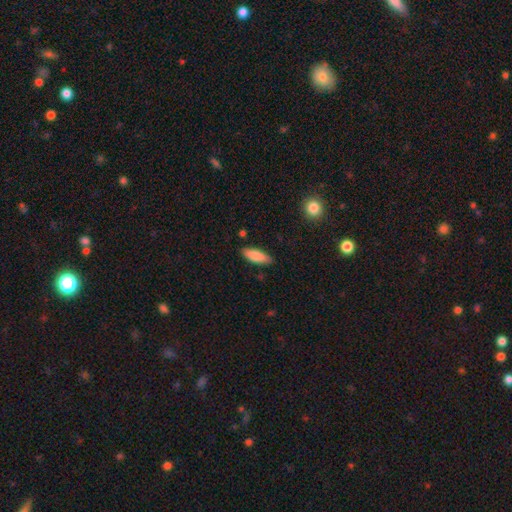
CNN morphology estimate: smooth-or-featured: smooth: 86% | featured or disk: 8% | star or artifact: 6%
  how-rounded: in between: 62% | cigar-shaped: 36% | round: 2%
  merging: none: 84% | minor disturbance: 12% | major disturbance: 2% | merger: 2%